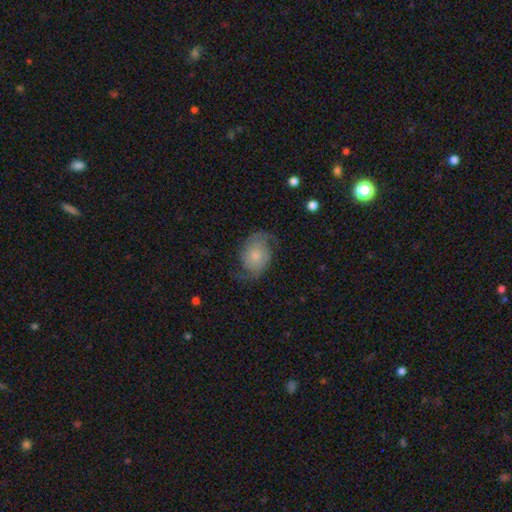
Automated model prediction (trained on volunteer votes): featured or disk 65%, smooth 28%, star or artifact 7%. Down the decision tree: edge-on disk — no (97%); bar — no (76%); spiral arms — yes (90%); spiral arm count — 2 (87%); spiral winding — loose (40%, tied with medium); bulge size — small (45%); merging — none (62%).